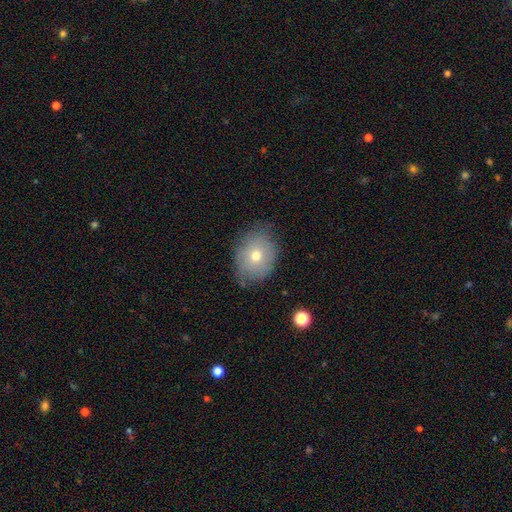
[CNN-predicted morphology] smooth 68%, featured or disk 22%, star or artifact 10%. Down the decision tree: how rounded — in between (55%); merging — none (74%).